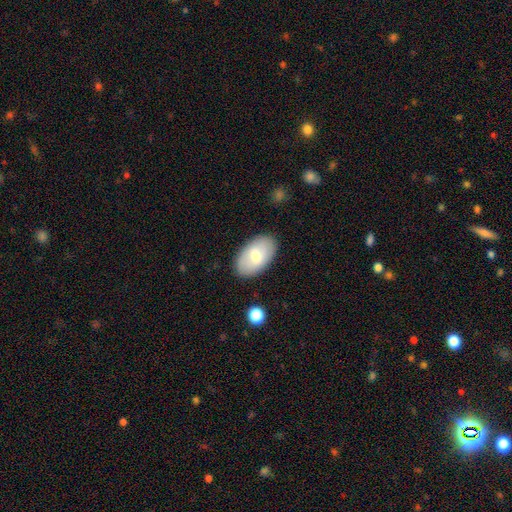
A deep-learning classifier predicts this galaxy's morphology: Smooth or featured: smooth — 66% (featured or disk — 28%)
How rounded: in between — 94% (round — 5%)
Merging: none — 87% (minor disturbance — 10%)